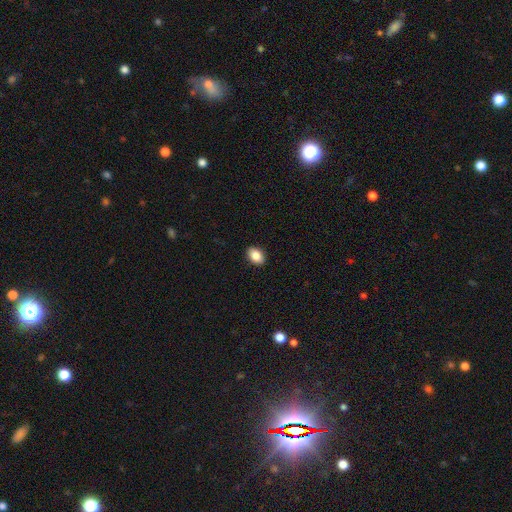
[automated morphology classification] Q: Smooth or featured?
A: smooth (86%); runner-up: star or artifact (8%)
Q: How rounded?
A: in between (84%); runner-up: round (14%)
Q: Merging?
A: none (91%); runner-up: minor disturbance (7%)